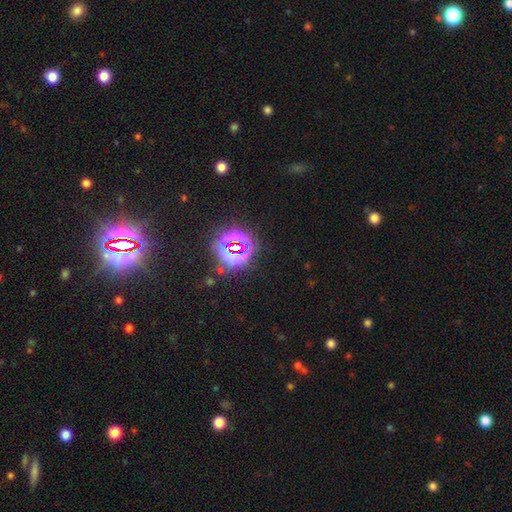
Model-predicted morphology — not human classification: smooth_or_featured: star or artifact (p=0.83) [alt: smooth p=0.10]